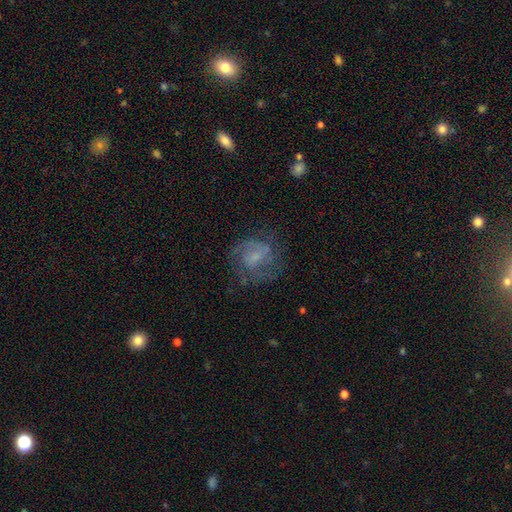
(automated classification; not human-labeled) This is likely a featured or disk galaxy (64%). It is clearly not viewed edge-on (97%). Bar: possibly no (46%). Spiral arm pattern: clearly yes (81%). Spiral arm count: possibly 2 (46%). Spiral winding: possibly medium (47%). Central bulge: possibly small (46%). Merging: likely none (63%).